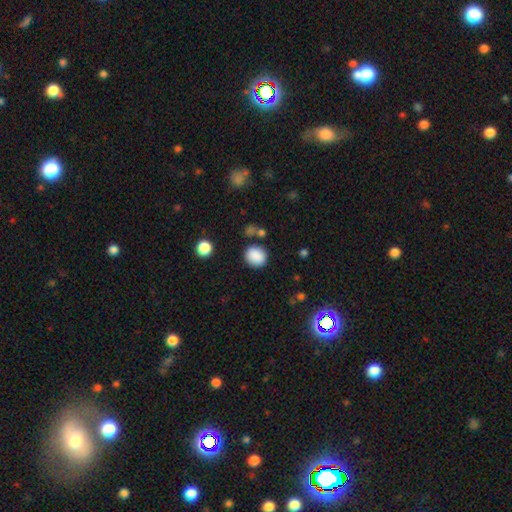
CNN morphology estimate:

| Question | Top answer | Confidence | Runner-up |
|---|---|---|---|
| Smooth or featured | smooth | 87% | star or artifact (9%) |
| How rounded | round | 73% | in between (26%) |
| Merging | none | 80% | minor disturbance (11%) |